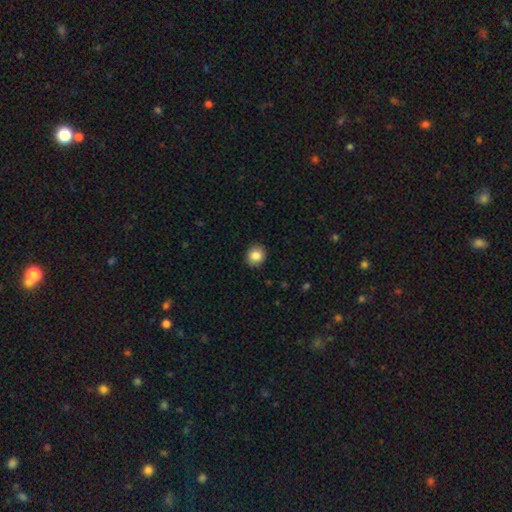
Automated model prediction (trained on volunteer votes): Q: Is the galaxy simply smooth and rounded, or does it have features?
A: smooth — 86%.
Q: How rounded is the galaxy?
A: round — 79%.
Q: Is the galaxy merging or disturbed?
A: none — 90%.